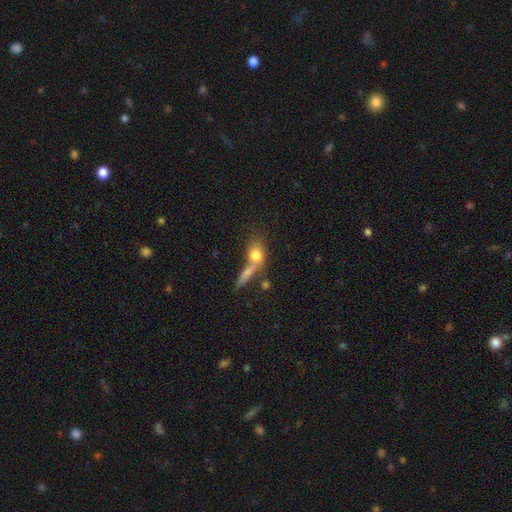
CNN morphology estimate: type=smooth (75%); roundness=in between (48%); merging=merger (42%).